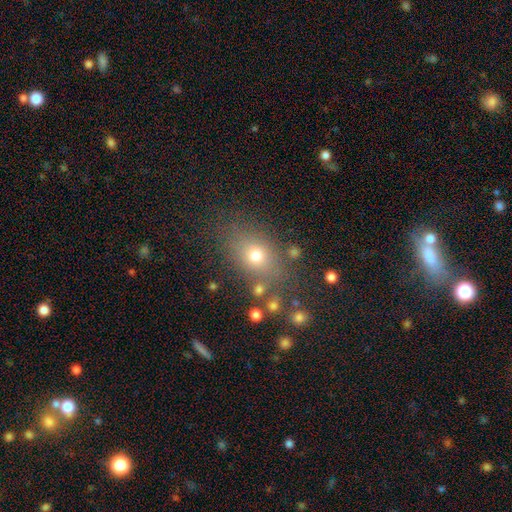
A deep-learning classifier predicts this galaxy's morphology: type=smooth (69%); roundness=in between (60%); merging=none (75%).